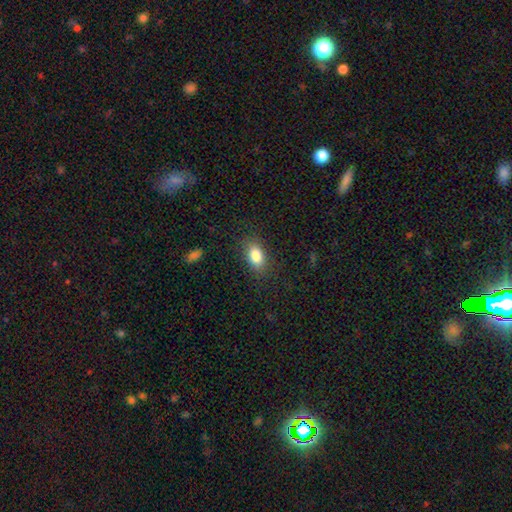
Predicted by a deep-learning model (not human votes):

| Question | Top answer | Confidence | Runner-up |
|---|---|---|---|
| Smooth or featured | smooth | 84% | star or artifact (8%) |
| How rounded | in between | 87% | round (10%) |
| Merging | none | 84% | minor disturbance (11%) |